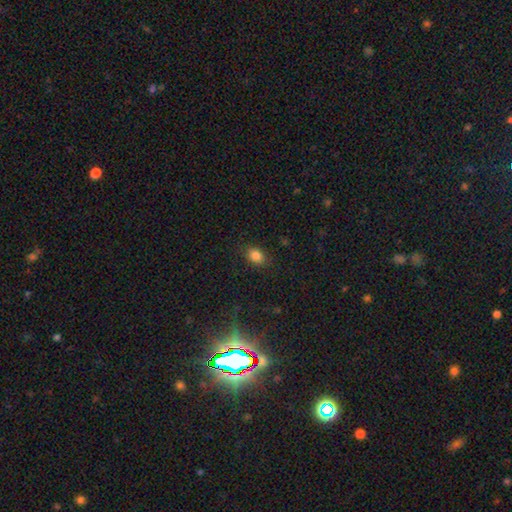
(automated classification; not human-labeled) This appears to be a smooth galaxy with no disk features (84%) that is in between round and cigar-shaped (68%). Merging: none (85%).